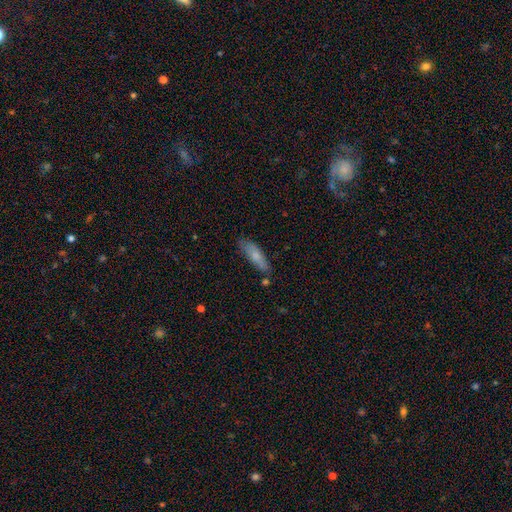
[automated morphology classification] A smooth galaxy with no disk features (74%) that is cigar-shaped (53%).

Vote fractions:
- Smooth or featured? smooth: 74% / featured or disk: 20% / star or artifact: 6%
- How rounded? cigar-shaped: 53% / in between: 46% / round: 2%
- Merging? none: 72% / minor disturbance: 19% / merger: 5% / major disturbance: 4%